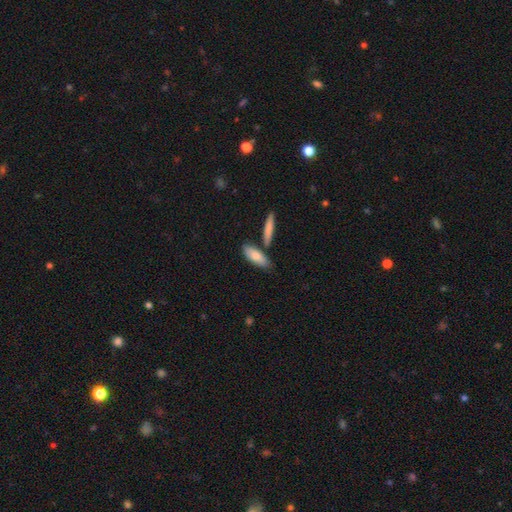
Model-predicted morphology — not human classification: type=smooth (77%); roundness=in between (65%); merging=none (69%).